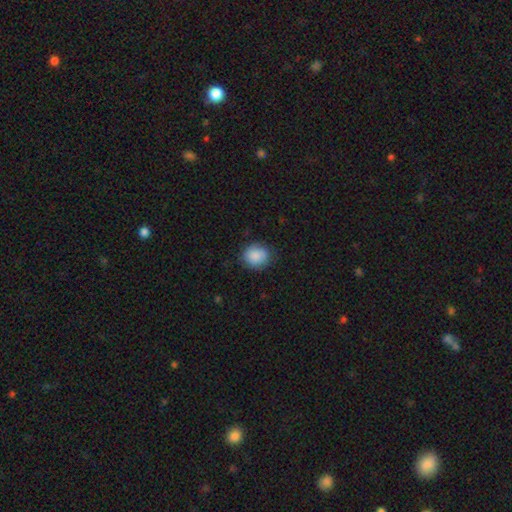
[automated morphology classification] Overall: smooth (88%). How rounded: round (75%). Merging: none (81%).